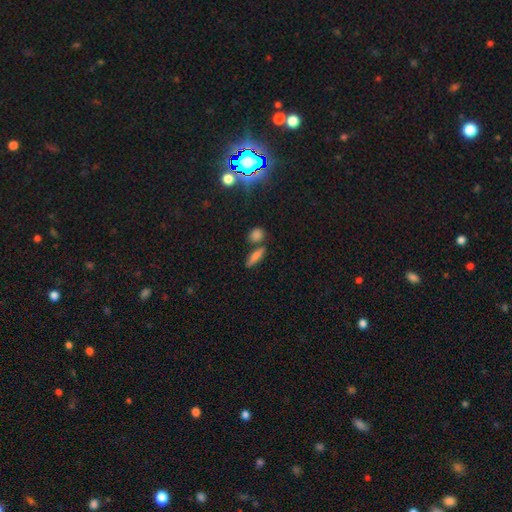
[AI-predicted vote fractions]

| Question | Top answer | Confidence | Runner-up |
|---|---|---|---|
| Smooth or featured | smooth | 66% | star or artifact (17%) |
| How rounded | cigar-shaped | 56% | in between (35%) |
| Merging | none | 67% | merger (19%) |